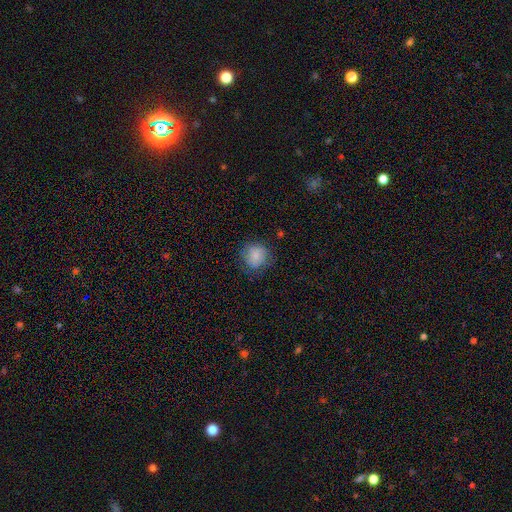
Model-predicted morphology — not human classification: Smooth or featured?
  - smooth: 77% *
  - featured or disk: 15%
  - star or artifact: 8%
How rounded?
  - round: 86% *
  - in between: 13%
  - cigar-shaped: 1%
Merging?
  - none: 70% *
  - minor disturbance: 20%
  - major disturbance: 8%
  - merger: 1%